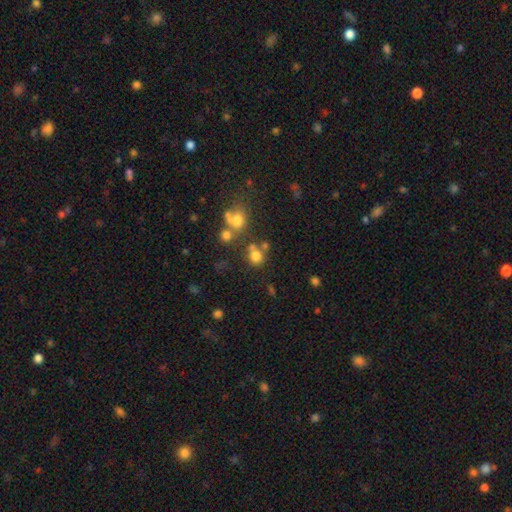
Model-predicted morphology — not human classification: This appears to be a smooth galaxy with no disk features (74%) that is round (78%). Merging: none (57%).